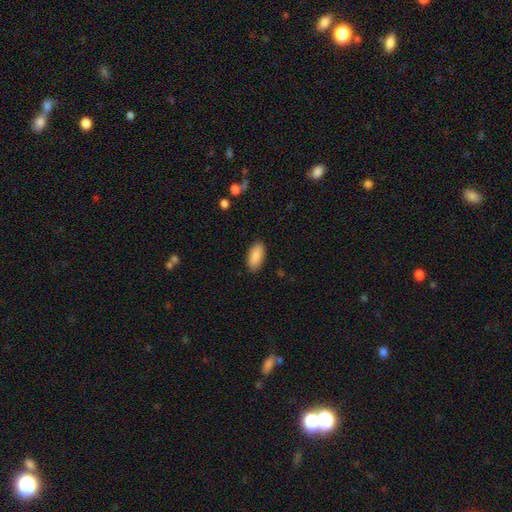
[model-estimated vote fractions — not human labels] Smooth or featured? smooth (88%)
How rounded? in between (90%)
Merging? none (88%)